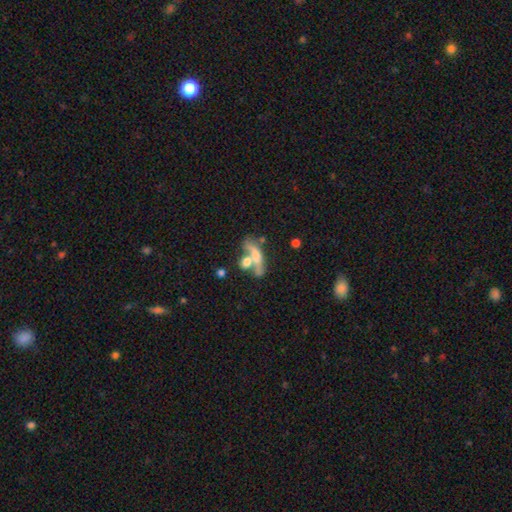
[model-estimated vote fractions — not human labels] Smooth or featured: smooth — 47% (featured or disk — 43%)
Merging: merger — 46% (none — 31%)